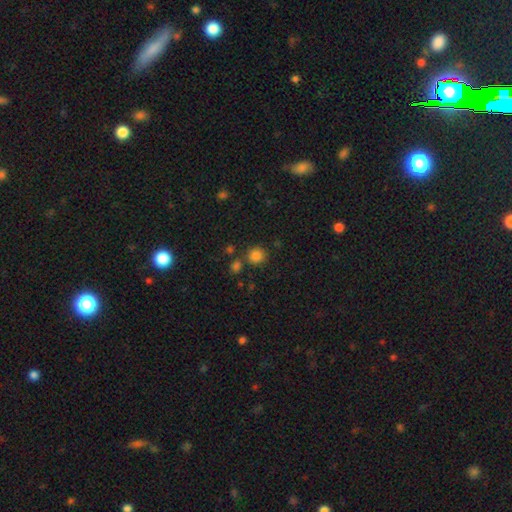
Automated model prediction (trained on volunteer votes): smooth 82%, star or artifact 13%, featured or disk 5%. Down the decision tree: how rounded — round (90%); merging — none (77%).